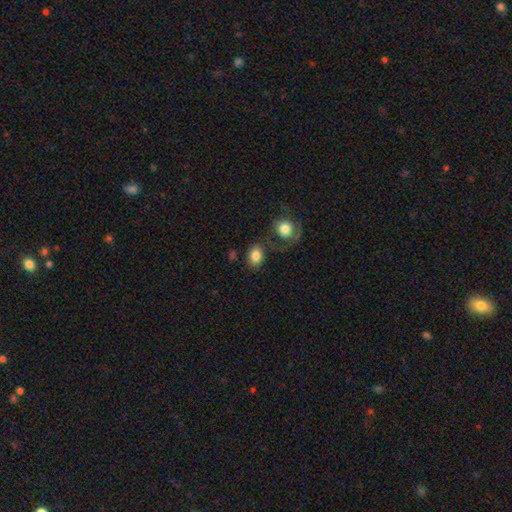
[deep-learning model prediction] This appears to be a smooth galaxy with no disk features (84%) that is in between round and cigar-shaped (70%). Merging: none (67%).